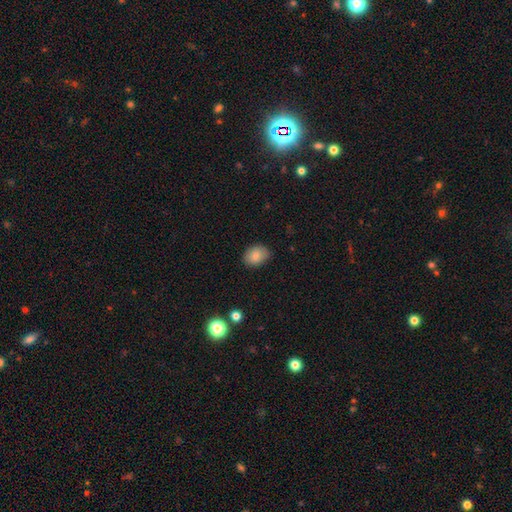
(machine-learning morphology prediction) This appears to be a smooth galaxy with no disk features (82%) that is in between round and cigar-shaped (71%). Merging: none (84%).